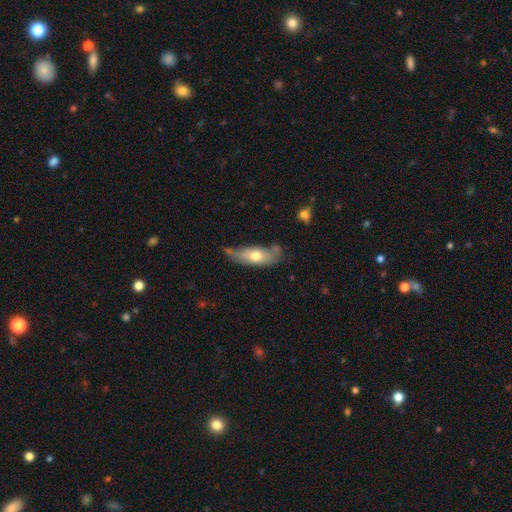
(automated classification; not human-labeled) Smooth or featured? Predicted: smooth (p=0.60). How rounded? Predicted: in between (p=0.64). Merging? Predicted: none (p=0.47).